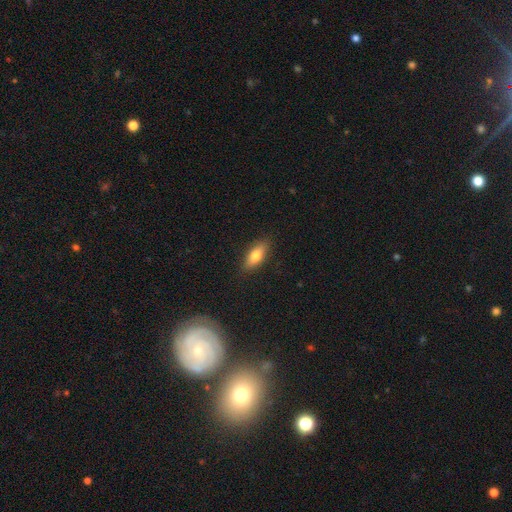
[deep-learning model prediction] smooth 72%, featured or disk 21%, star or artifact 7%. Down the decision tree: how rounded — in between (73%); merging — none (87%).